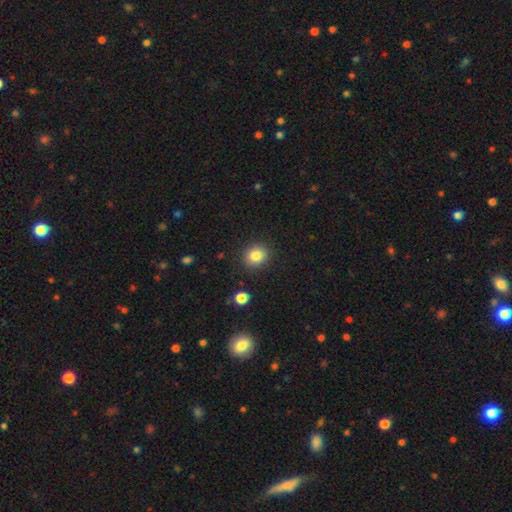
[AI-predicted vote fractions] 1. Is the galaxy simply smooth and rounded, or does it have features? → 84% smooth, 10% star or artifact, 6% featured or disk.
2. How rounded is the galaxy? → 73% round, 26% in between, 1% cigar-shaped.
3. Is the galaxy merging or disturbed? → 88% none, 8% minor disturbance, 3% major disturbance, 2% merger.